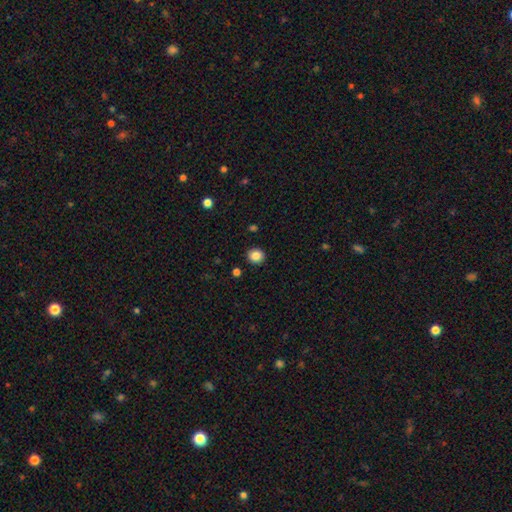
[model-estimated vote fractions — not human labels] smooth_or_featured: smooth (p=0.86) [alt: star or artifact p=0.10]
how_rounded: round (p=0.88) [alt: in between p=0.11]
merging: none (p=0.91) [alt: minor disturbance p=0.06]